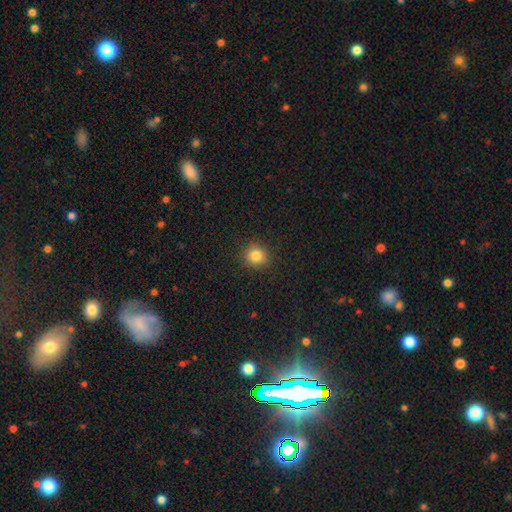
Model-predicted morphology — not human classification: Overall: smooth (83%). How rounded: round (84%). Merging: none (89%).